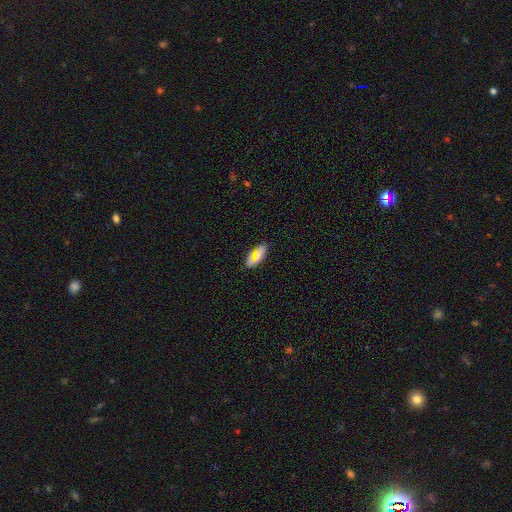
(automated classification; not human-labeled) Smooth or featured?
  - smooth: 61% *
  - featured or disk: 24%
  - star or artifact: 15%
How rounded?
  - in between: 82% *
  - cigar-shaped: 14%
  - round: 5%
Merging?
  - none: 82% *
  - minor disturbance: 12%
  - major disturbance: 3%
  - merger: 3%